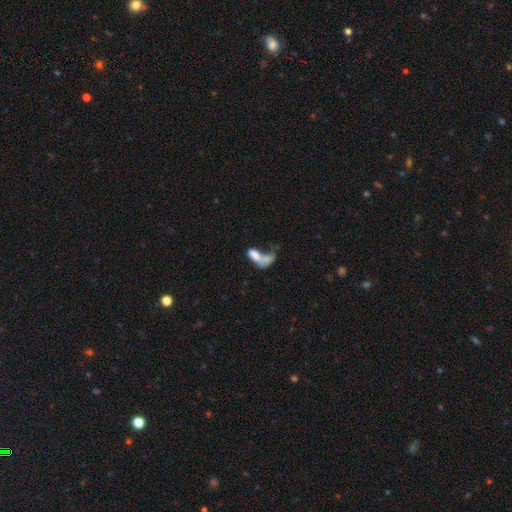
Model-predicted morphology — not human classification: Overall: smooth (64%; featured or disk 26%). How rounded: in between (81%). Merging: merger (58%; major disturbance 20%).